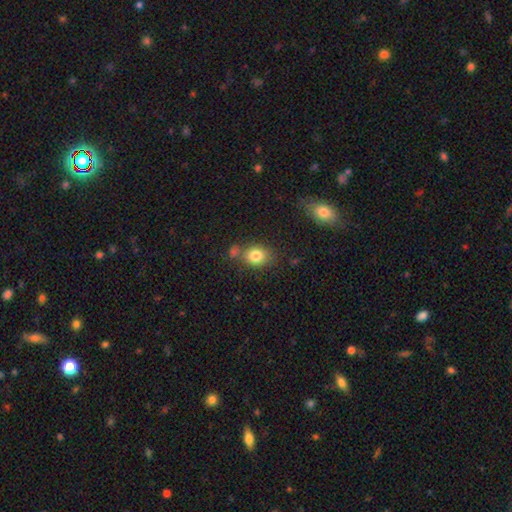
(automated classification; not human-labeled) A smooth galaxy with no disk features (81%) that is round (53%).

Vote fractions:
- Smooth or featured? smooth: 81% / star or artifact: 10% / featured or disk: 9%
- How rounded? round: 53% / in between: 46% / cigar-shaped: 1%
- Merging? none: 65% / merger: 15% / minor disturbance: 15% / major disturbance: 5%